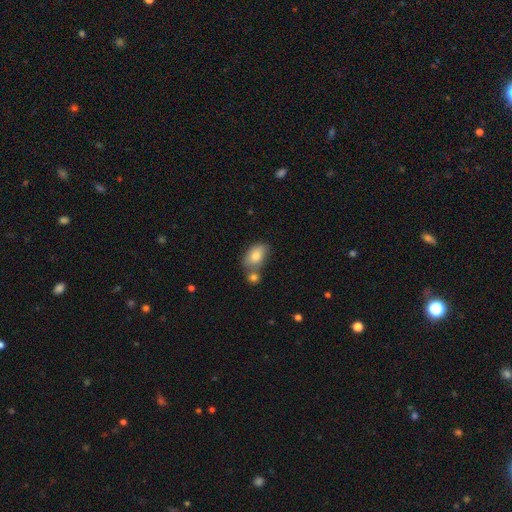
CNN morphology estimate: Smooth or featured? Predicted: smooth (p=0.79). How rounded? Predicted: in between (p=0.87). Merging? Predicted: none (p=0.49).